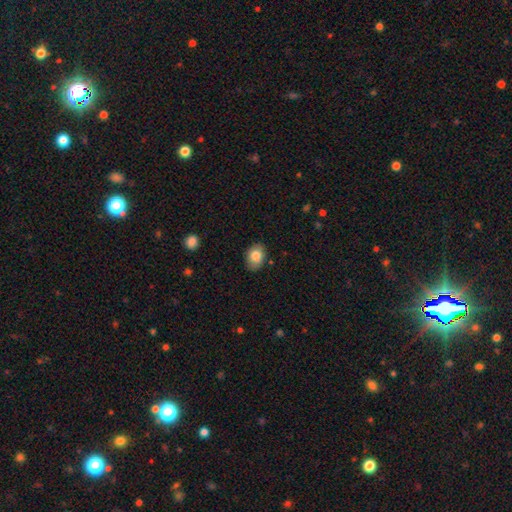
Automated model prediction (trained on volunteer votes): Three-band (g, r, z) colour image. It shows a smooth galaxy with no disk features (82%) that is in between round and cigar-shaped (76%). Merging: none (82%).